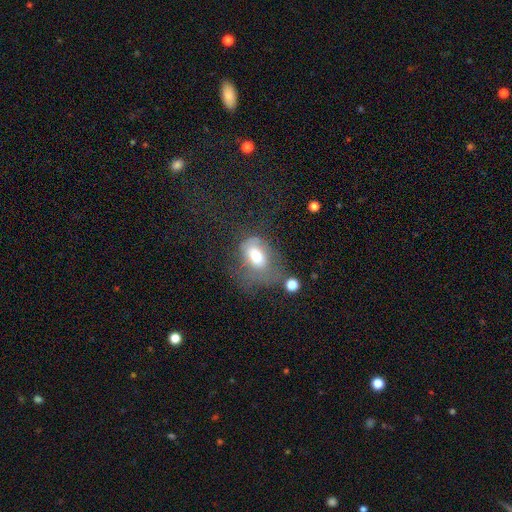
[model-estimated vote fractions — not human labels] smooth-or-featured: smooth: 64% | featured or disk: 26% | star or artifact: 10%
  how-rounded: in between: 78% | round: 20% | cigar-shaped: 2%
  merging: major disturbance: 42% | none: 26% | minor disturbance: 24% | merger: 8%